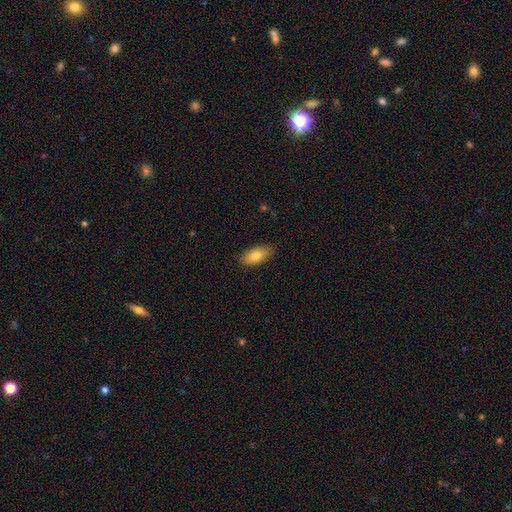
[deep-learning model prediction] Morphology: type=smooth (78%); roundness=in between (89%); merging=none (84%).